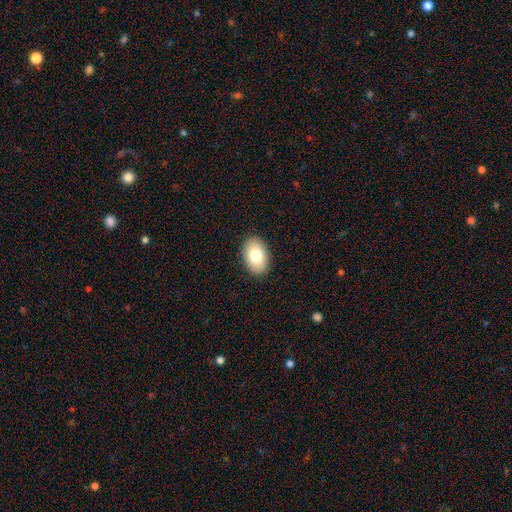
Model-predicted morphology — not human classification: This appears to be a smooth galaxy with no disk features (79%) that is in between round and cigar-shaped (89%). Merging: none (90%).